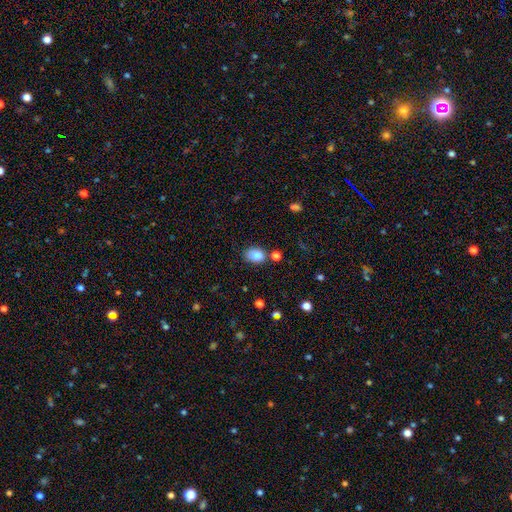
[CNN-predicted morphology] Smooth or featured?
  - smooth: 84% *
  - star or artifact: 9%
  - featured or disk: 6%
How rounded?
  - in between: 77% *
  - round: 22%
  - cigar-shaped: 1%
Merging?
  - none: 72% *
  - minor disturbance: 15%
  - merger: 9%
  - major disturbance: 4%